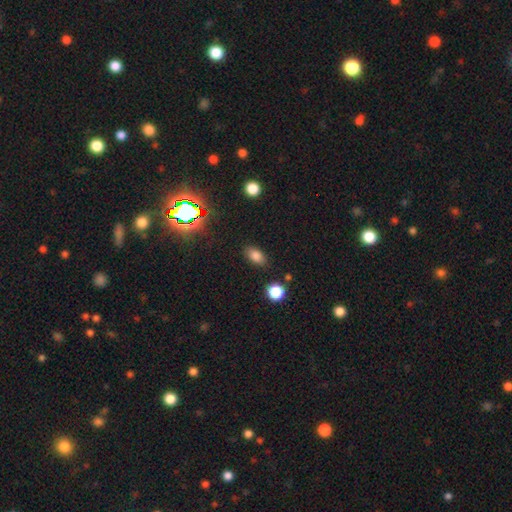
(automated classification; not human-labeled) Smooth or featured? Predicted: smooth (p=0.80). How rounded? Predicted: in between (p=0.86). Merging? Predicted: none (p=0.84).